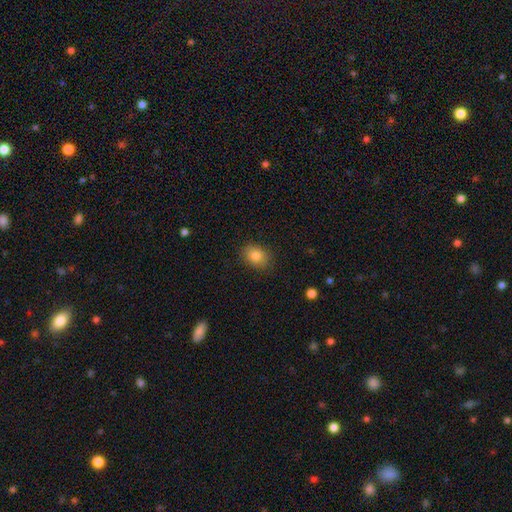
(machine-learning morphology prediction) Smooth or featured? Predicted: smooth (p=0.83). How rounded? Predicted: in between (p=0.64). Merging? Predicted: none (p=0.86).